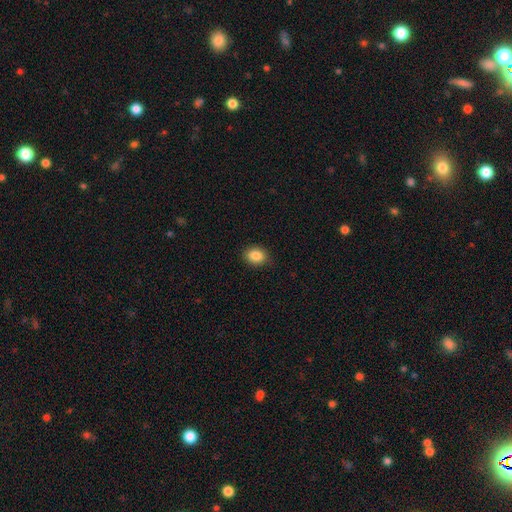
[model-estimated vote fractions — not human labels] This appears to be a smooth galaxy with no disk features (87%) that is in between round and cigar-shaped (61%). Merging: none (87%).